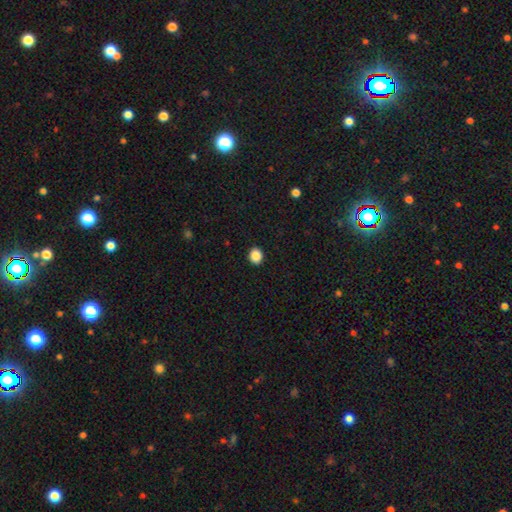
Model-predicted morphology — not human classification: smooth_or_featured: smooth (p=0.88) [alt: star or artifact p=0.09]
how_rounded: round (p=0.66) [alt: in between p=0.33]
merging: none (p=0.92) [alt: minor disturbance p=0.05]